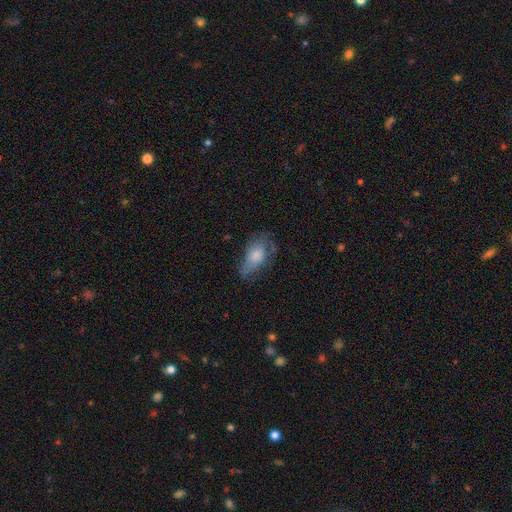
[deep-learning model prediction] smooth-or-featured: smooth: 67% | featured or disk: 24% | star or artifact: 8%
  how-rounded: in between: 88% | cigar-shaped: 6% | round: 6%
  merging: none: 47% | minor disturbance: 31% | major disturbance: 20% | merger: 2%